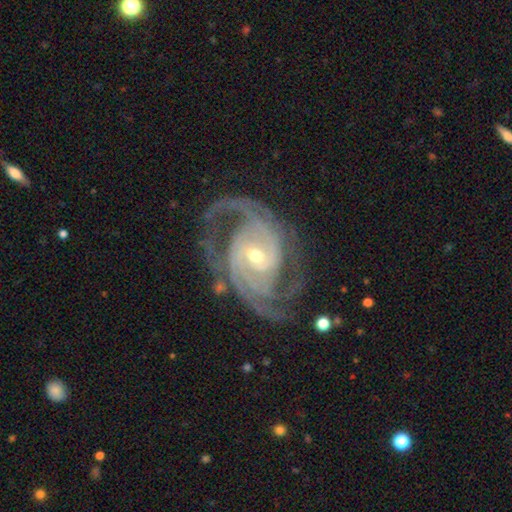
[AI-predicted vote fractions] This is clearly a featured or disk galaxy (92%). It is clearly not viewed edge-on (97%). Bar: marginally no (40%, tied with weak). Spiral arm pattern: clearly yes (98%). Spiral arm count: possibly 2 (53%). Spiral winding: possibly tight (45%). Central bulge: possibly small (54%). Merging: likely none (70%).